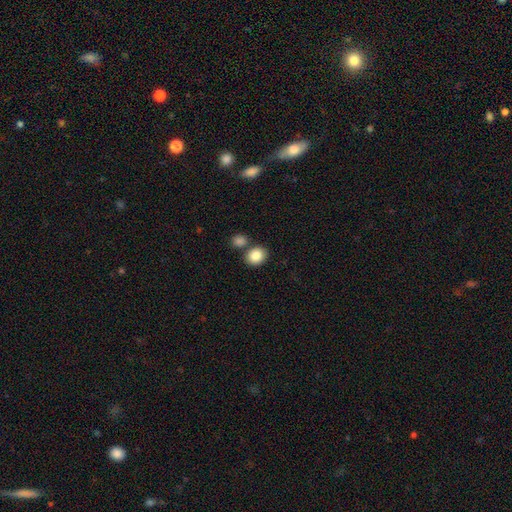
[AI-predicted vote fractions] Smooth or featured: smooth — 86% (star or artifact — 8%)
How rounded: round — 62% (in between — 37%)
Merging: none — 70% (merger — 18%)